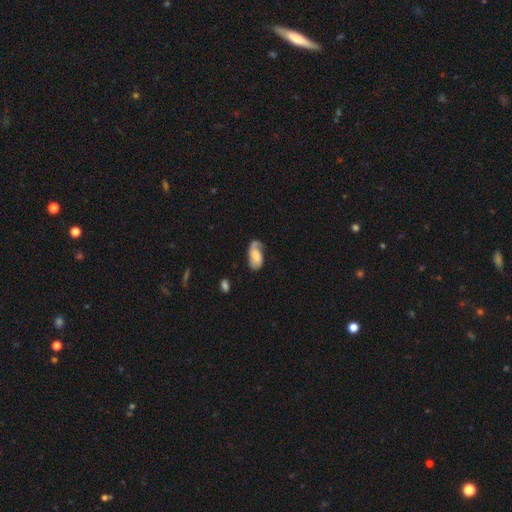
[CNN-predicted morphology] Smooth or featured? featured or disk (53%)
Edge-on disk? no (95%)
Bar? no (56%)
Spiral arms? yes (89%)
Bulge size? moderate (31%)
Merging? none (52%)